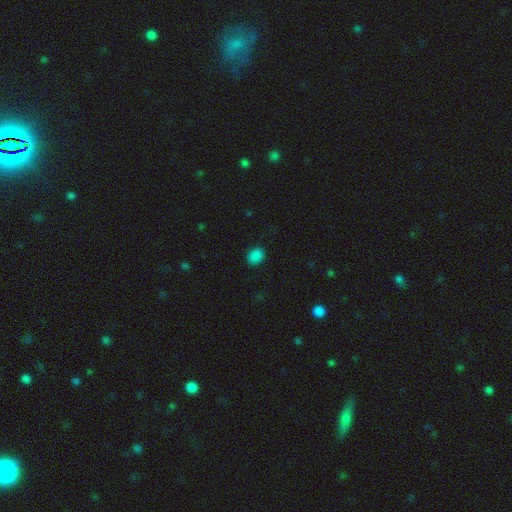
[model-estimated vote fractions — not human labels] Smooth or featured? Predicted: smooth (p=0.85). How rounded? Predicted: in between (p=0.58). Merging? Predicted: none (p=0.88).